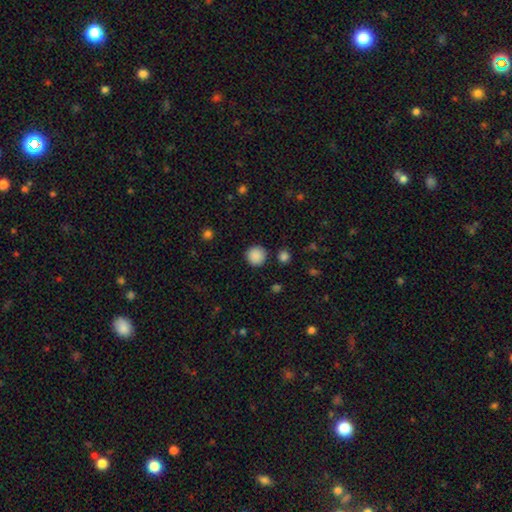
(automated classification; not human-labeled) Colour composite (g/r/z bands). It shows a smooth galaxy with no disk features (88%) that is round (94%). Merging: none (89%).